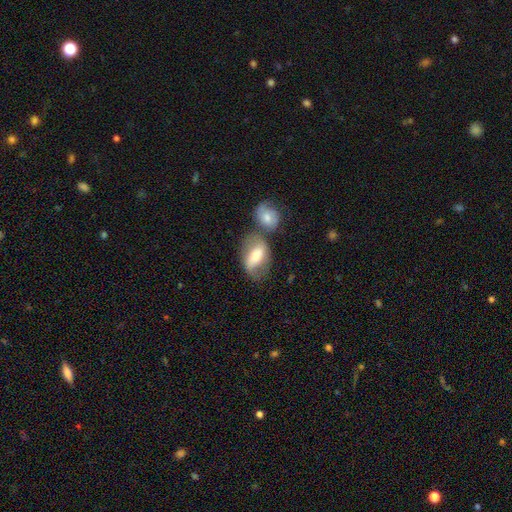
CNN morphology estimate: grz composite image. It shows a smooth galaxy with no disk features (50%) that is in between round and cigar-shaped (82%). Merging: none (46%).